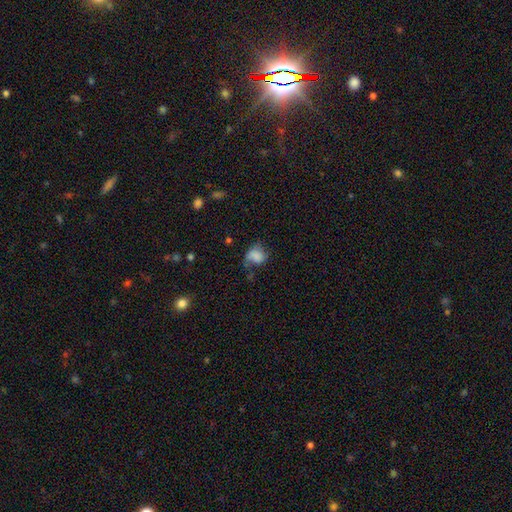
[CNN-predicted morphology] Smooth or featured? Predicted: smooth (p=0.68). How rounded? Predicted: in between (p=0.50). Merging? Predicted: none (p=0.33, tied with major disturbance).